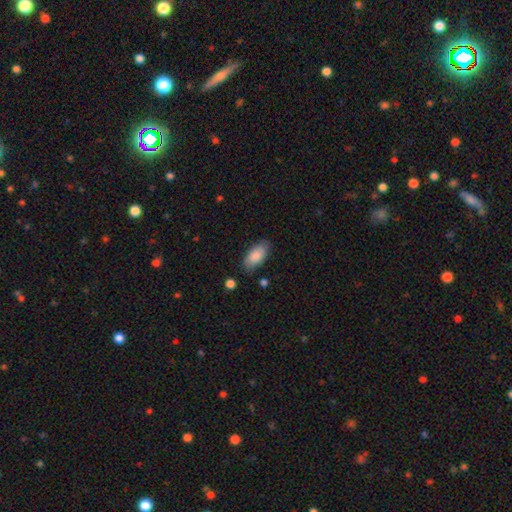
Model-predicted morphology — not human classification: smooth 88%, featured or disk 6%, star or artifact 6%. Down the decision tree: how rounded — in between (91%); merging — none (82%).